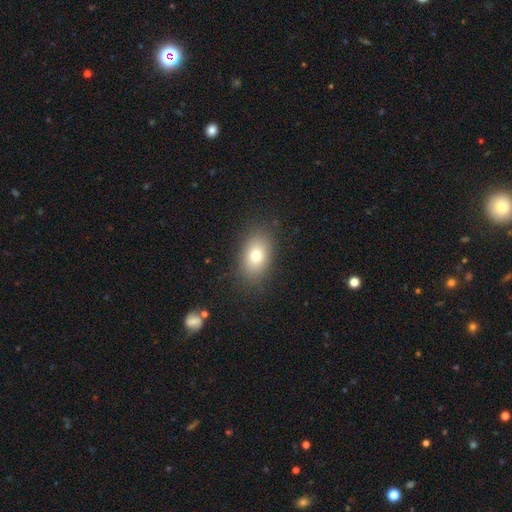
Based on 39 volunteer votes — Q: Smooth or featured?
A: smooth (92%); runner-up: star or artifact (5%)
Q: How rounded?
A: in between (69%); runner-up: round (25%)
Q: Merging?
A: none (78%); runner-up: minor disturbance (16%)